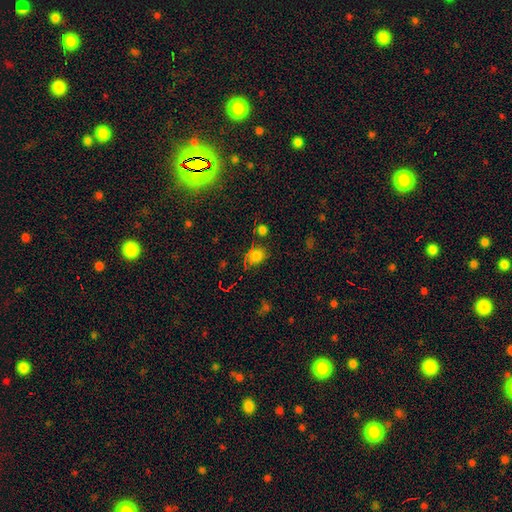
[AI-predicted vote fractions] Smooth or featured: smooth — 69% (star or artifact — 24%)
How rounded: round — 54% (in between — 44%)
Merging: none — 70% (minor disturbance — 17%)